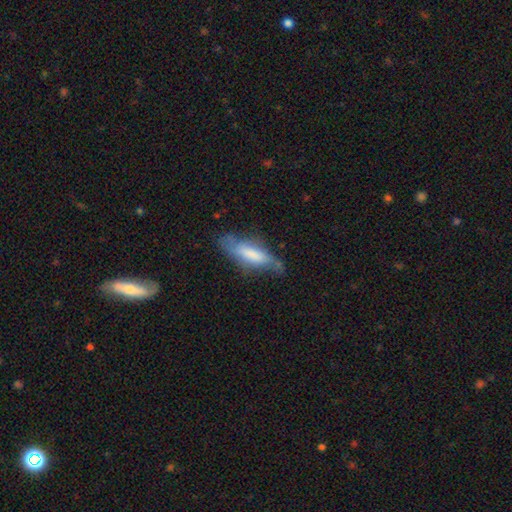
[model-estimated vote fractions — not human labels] This is possibly a smooth galaxy (57%). How rounded: possibly in between (50%). Merging: possibly none (49%).